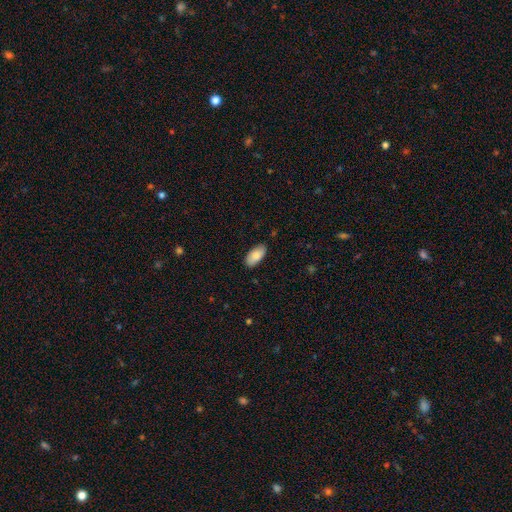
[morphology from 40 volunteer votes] smooth-or-featured: smooth: 80% | featured or disk: 18% | star or artifact: 2%
  how-rounded: in between: 88% | round: 6% | cigar-shaped: 6%
  merging: none: 69% | minor disturbance: 23% | merger: 5% | major disturbance: 3%